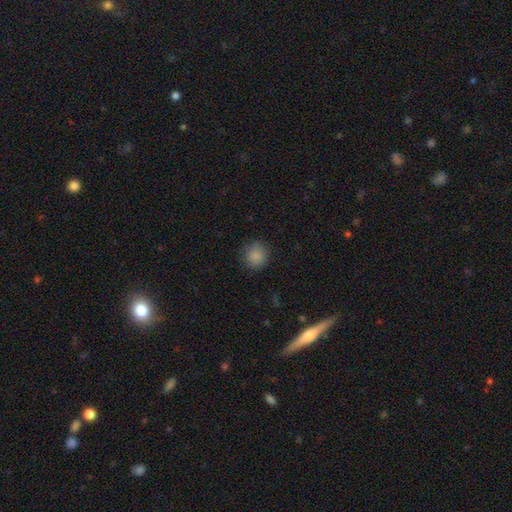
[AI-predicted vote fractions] Smooth or featured? Predicted: smooth (p=0.86). How rounded? Predicted: round (p=0.91). Merging? Predicted: none (p=0.85).